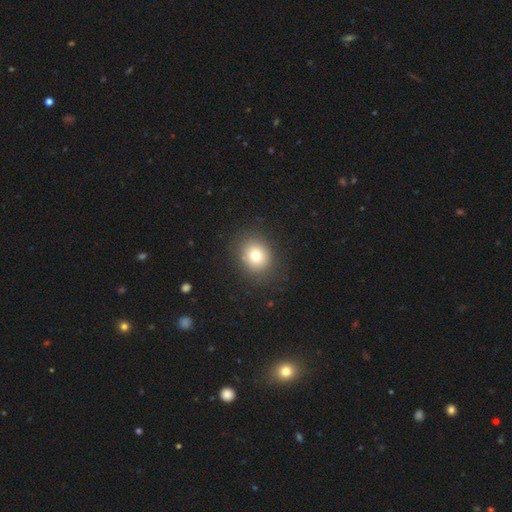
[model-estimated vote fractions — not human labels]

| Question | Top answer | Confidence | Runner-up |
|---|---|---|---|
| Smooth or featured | smooth | 75% | star or artifact (13%) |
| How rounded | round | 74% | in between (25%) |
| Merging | none | 86% | minor disturbance (9%) |